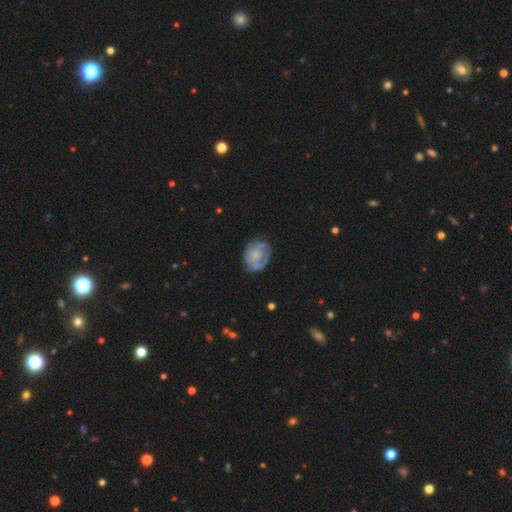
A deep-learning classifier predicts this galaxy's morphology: Q: Smooth or featured?
A: featured or disk (50%); runner-up: smooth (43%)
Q: Edge-on disk?
A: no (97%); runner-up: yes (3%)
Q: Merging?
A: none (61%); runner-up: minor disturbance (25%)